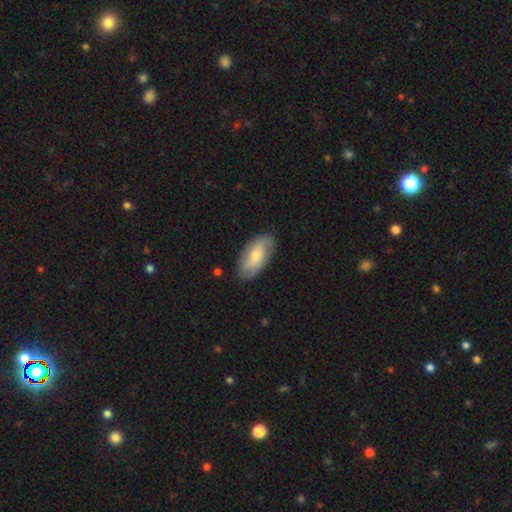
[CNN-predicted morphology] A smooth galaxy with no disk features (50%). Merging: none (83%).